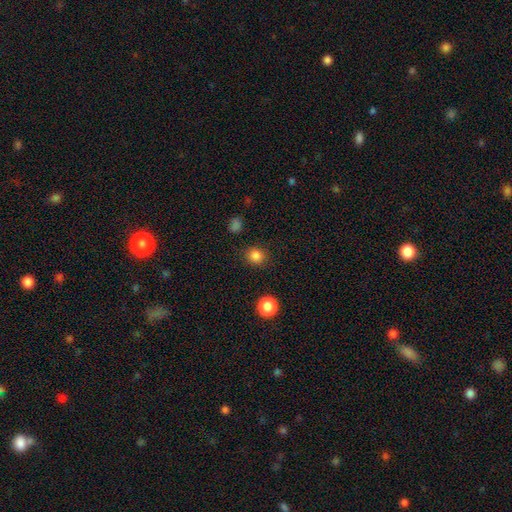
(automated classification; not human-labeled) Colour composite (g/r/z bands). It shows a smooth galaxy with no disk features (83%) that is round (80%). Merging: none (86%).